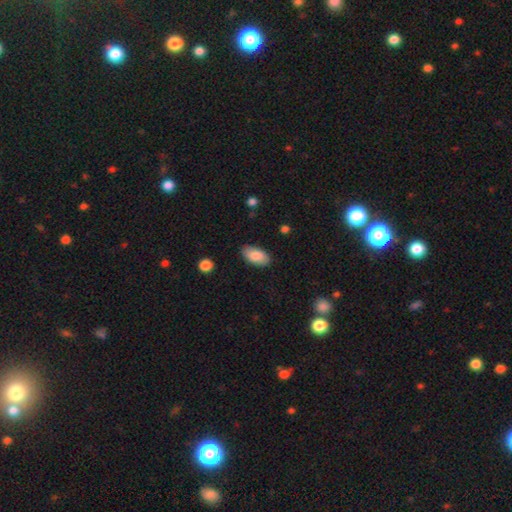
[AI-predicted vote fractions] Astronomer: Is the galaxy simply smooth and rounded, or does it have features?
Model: smooth — 84%.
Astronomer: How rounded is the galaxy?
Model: in between — 95%.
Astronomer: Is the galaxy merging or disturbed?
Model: none — 87%.